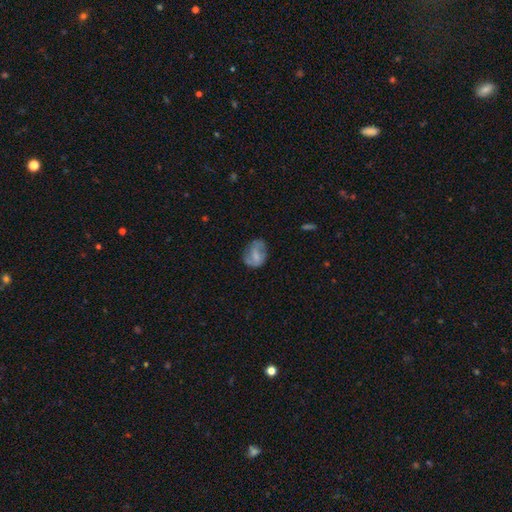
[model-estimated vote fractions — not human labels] Smooth or featured?
  - smooth: 54% *
  - featured or disk: 38%
  - star or artifact: 8%
How rounded?
  - in between: 65% *
  - round: 34%
  - cigar-shaped: 2%
Merging?
  - none: 53% *
  - minor disturbance: 29%
  - major disturbance: 16%
  - merger: 2%